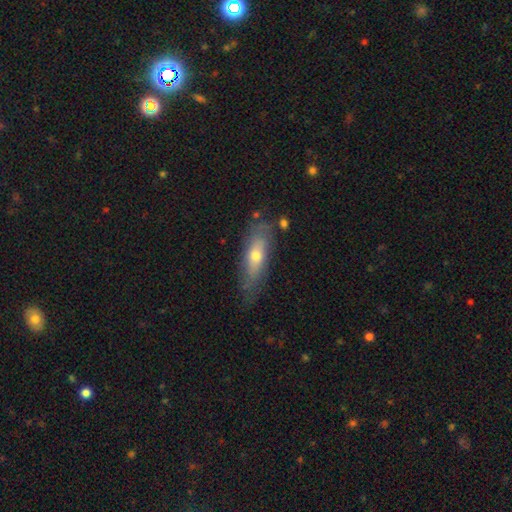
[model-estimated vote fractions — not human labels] Smooth or featured? smooth (54%)
How rounded? in between (50%)
Merging? none (66%)